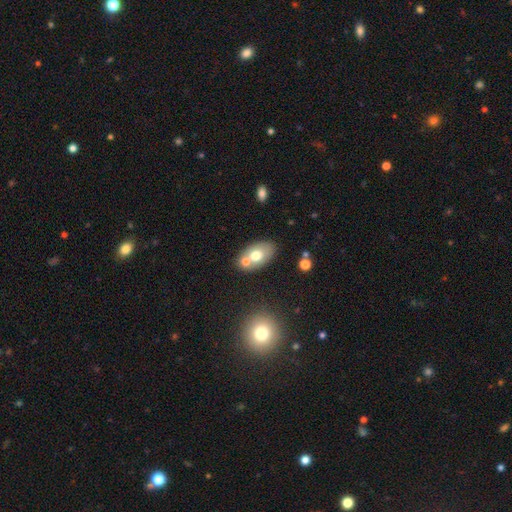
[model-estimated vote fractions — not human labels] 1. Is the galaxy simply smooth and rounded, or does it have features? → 66% smooth, 25% featured or disk, 9% star or artifact.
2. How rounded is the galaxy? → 88% in between, 10% round, 2% cigar-shaped.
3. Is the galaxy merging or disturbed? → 50% none, 34% merger, 12% minor disturbance, 4% major disturbance.